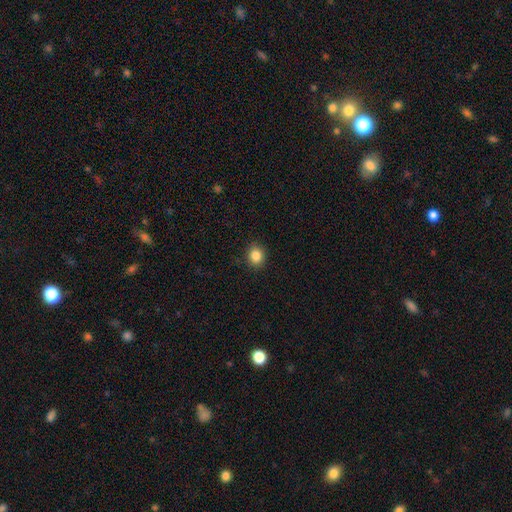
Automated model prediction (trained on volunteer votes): Smooth or featured: smooth — 85% (star or artifact — 10%)
How rounded: round — 74% (in between — 25%)
Merging: none — 90% (minor disturbance — 7%)